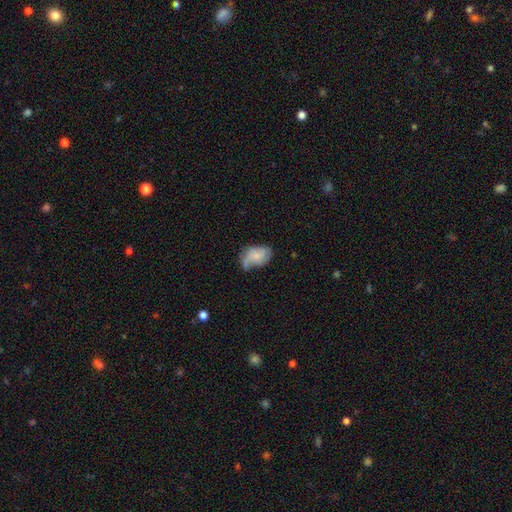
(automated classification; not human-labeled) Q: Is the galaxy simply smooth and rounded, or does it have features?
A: smooth — 53%.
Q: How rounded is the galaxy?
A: in between — 87%.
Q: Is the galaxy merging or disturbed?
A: none — 39%.